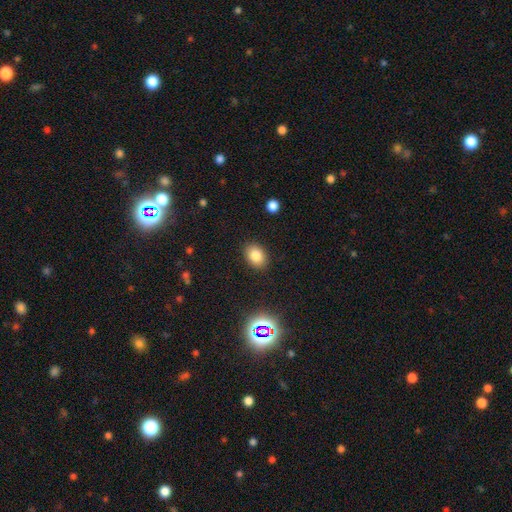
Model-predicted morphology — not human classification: smooth 80%, star or artifact 12%, featured or disk 8%. Down the decision tree: how rounded — in between (66%); merging — none (88%).